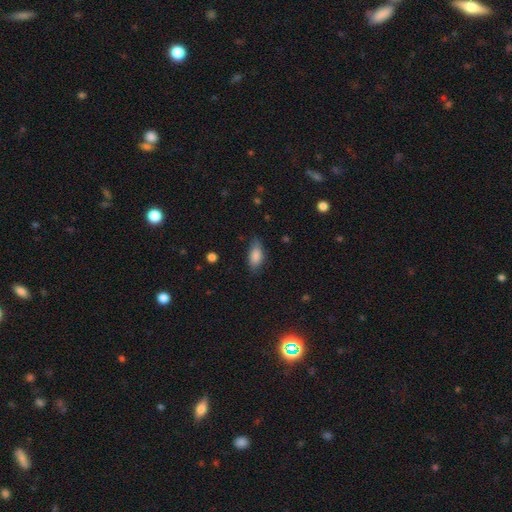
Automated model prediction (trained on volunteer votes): Smooth or featured?
  - smooth: 85% *
  - featured or disk: 8%
  - star or artifact: 7%
How rounded?
  - in between: 87% *
  - cigar-shaped: 10%
  - round: 3%
Merging?
  - none: 75% *
  - minor disturbance: 20%
  - major disturbance: 4%
  - merger: 1%